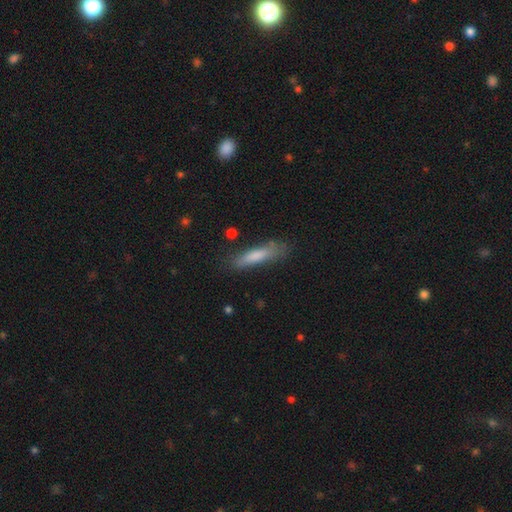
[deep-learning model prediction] Smooth or featured: smooth — 74% (featured or disk — 19%)
How rounded: cigar-shaped — 79% (in between — 20%)
Merging: none — 71% (minor disturbance — 20%)